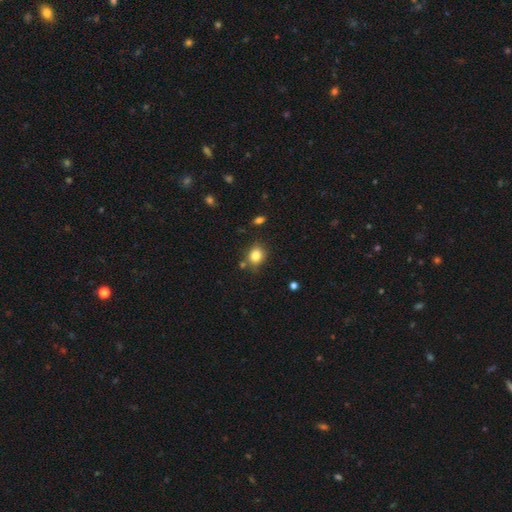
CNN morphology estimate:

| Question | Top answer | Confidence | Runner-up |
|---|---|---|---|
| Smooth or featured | smooth | 82% | star or artifact (11%) |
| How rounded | round | 63% | in between (36%) |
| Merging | none | 76% | minor disturbance (14%) |